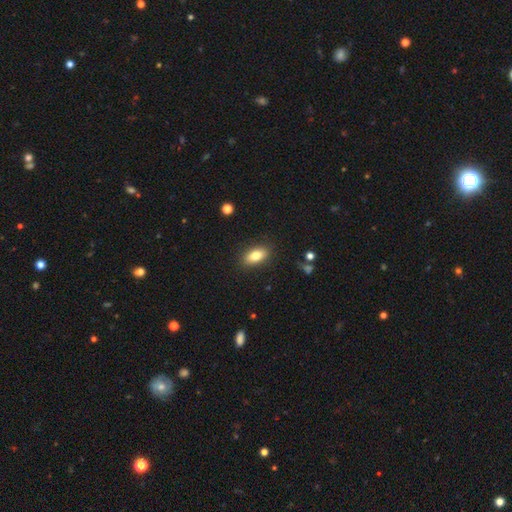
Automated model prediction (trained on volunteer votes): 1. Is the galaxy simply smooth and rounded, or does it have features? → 81% smooth, 11% featured or disk, 8% star or artifact.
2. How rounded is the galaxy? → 87% in between, 7% cigar-shaped, 6% round.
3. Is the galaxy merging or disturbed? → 87% none, 9% minor disturbance, 3% major disturbance, 1% merger.